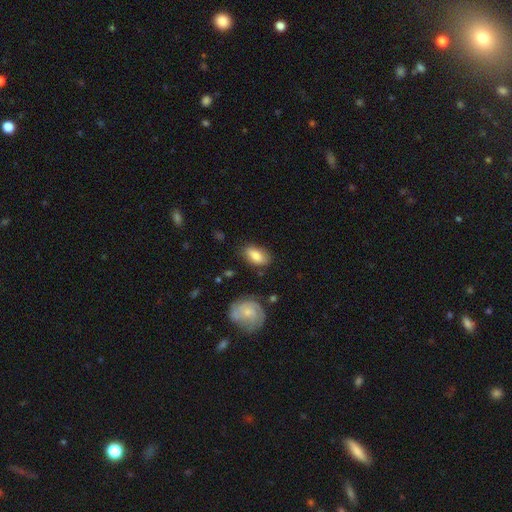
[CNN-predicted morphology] A smooth galaxy with no disk features (76%) that is in between round and cigar-shaped (89%).

Vote fractions:
- Smooth or featured? smooth: 76% / featured or disk: 17% / star or artifact: 6%
- How rounded? in between: 89% / round: 5% / cigar-shaped: 5%
- Merging? none: 77% / minor disturbance: 16% / major disturbance: 4% / merger: 3%